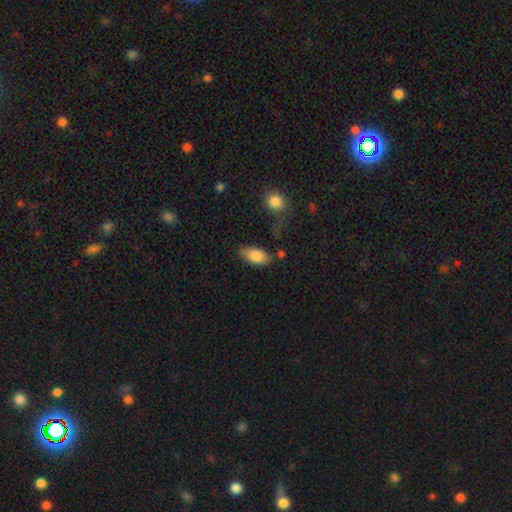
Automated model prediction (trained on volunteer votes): smooth 84%, featured or disk 10%, star or artifact 7%. Down the decision tree: how rounded — in between (89%); merging — none (71%).